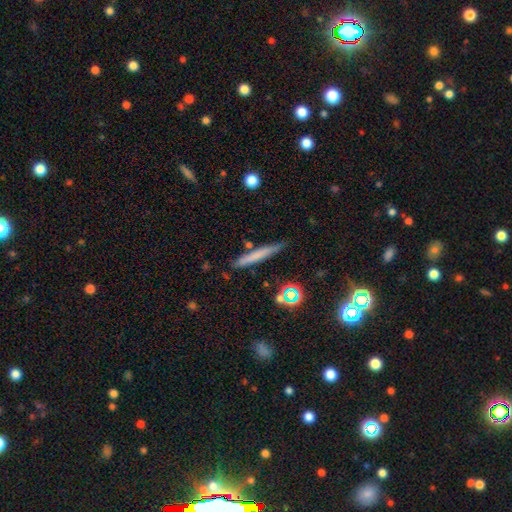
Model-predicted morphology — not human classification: This appears to be a smooth galaxy with no disk features (63%) that is cigar-shaped (94%). Merging: none (81%).